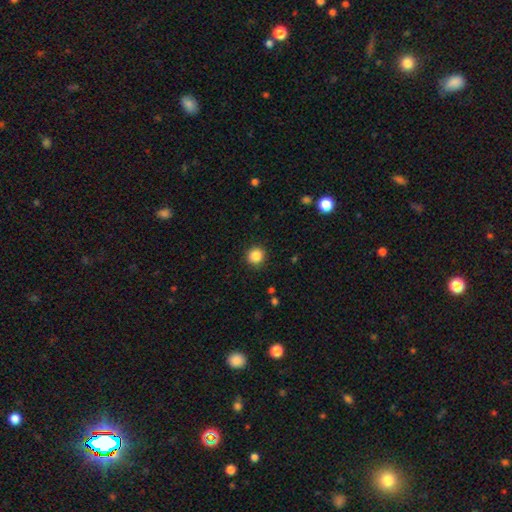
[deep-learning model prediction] Q: Smooth or featured?
A: smooth (86%); runner-up: star or artifact (10%)
Q: How rounded?
A: round (93%); runner-up: in between (6%)
Q: Merging?
A: none (91%); runner-up: minor disturbance (6%)